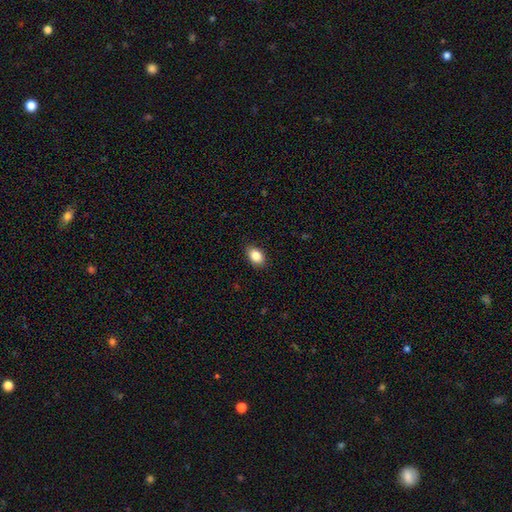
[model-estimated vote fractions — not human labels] Morphology: type=smooth (86%); roundness=in between (85%); merging=none (87%).